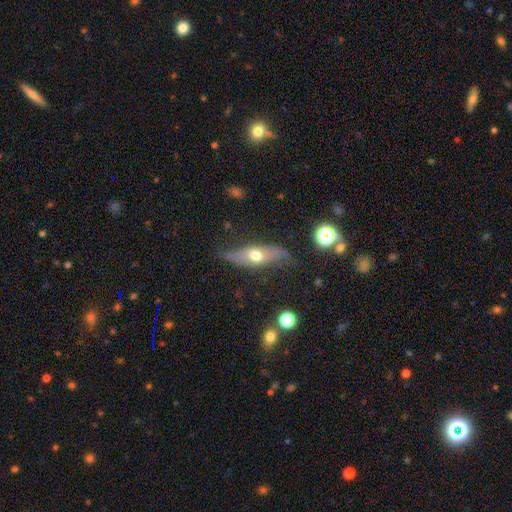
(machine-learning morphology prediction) Smooth or featured? featured or disk (55%)
Edge-on disk? yes (67%)
Merging? none (64%)